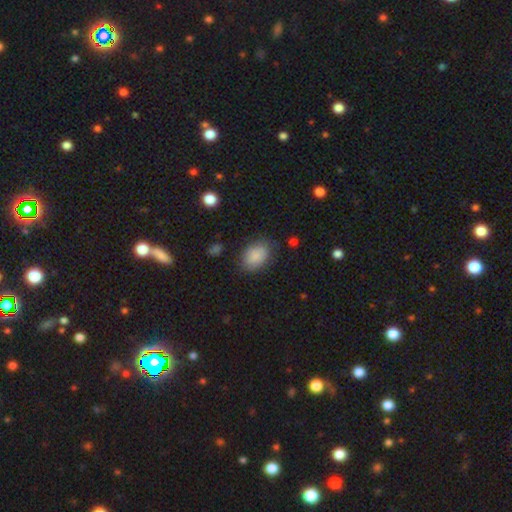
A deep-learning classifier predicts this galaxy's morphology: Smooth or featured?
  - smooth: 85% *
  - featured or disk: 8%
  - star or artifact: 7%
How rounded?
  - in between: 78% *
  - round: 21%
  - cigar-shaped: 1%
Merging?
  - none: 76% *
  - minor disturbance: 17%
  - major disturbance: 5%
  - merger: 2%